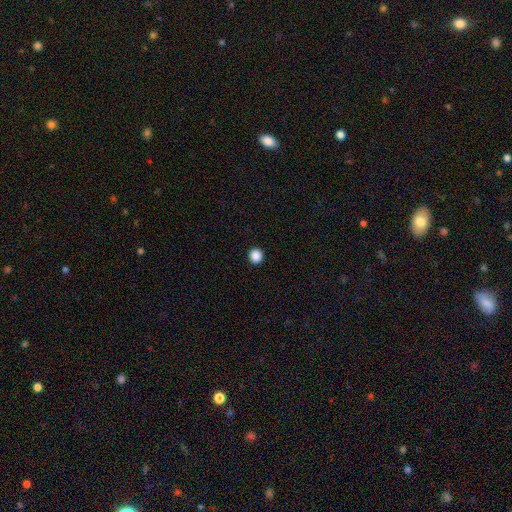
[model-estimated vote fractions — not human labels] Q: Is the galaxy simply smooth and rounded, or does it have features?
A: smooth — 88%.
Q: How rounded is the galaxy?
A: round — 93%.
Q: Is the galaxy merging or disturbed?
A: none — 94%.